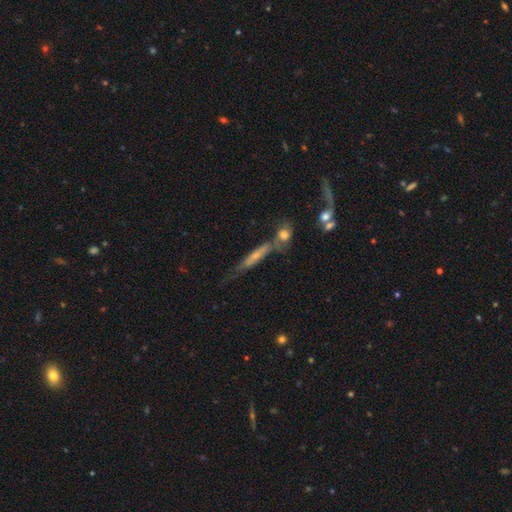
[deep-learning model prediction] smooth_or_featured: featured or disk (p=0.50) [alt: smooth p=0.42]
merging: none (p=0.46) [alt: merger p=0.28]